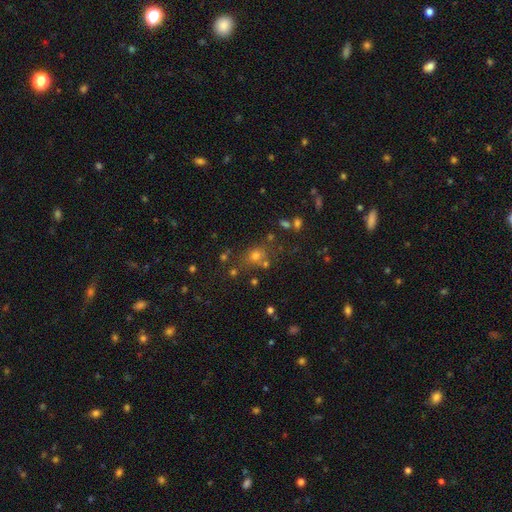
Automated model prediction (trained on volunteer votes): A smooth galaxy with no disk features (59%) that is round (73%).

Vote fractions:
- Smooth or featured? smooth: 59% / star or artifact: 29% / featured or disk: 11%
- How rounded? round: 73% / in between: 25% / cigar-shaped: 2%
- Merging? none: 67% / merger: 15% / minor disturbance: 13% / major disturbance: 6%